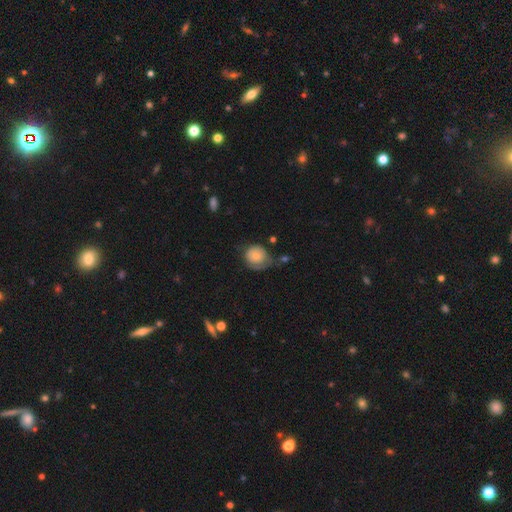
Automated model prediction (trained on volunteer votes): Q: Smooth or featured?
A: smooth (68%); runner-up: featured or disk (25%)
Q: How rounded?
A: round (82%); runner-up: in between (17%)
Q: Merging?
A: none (40%); runner-up: minor disturbance (33%)